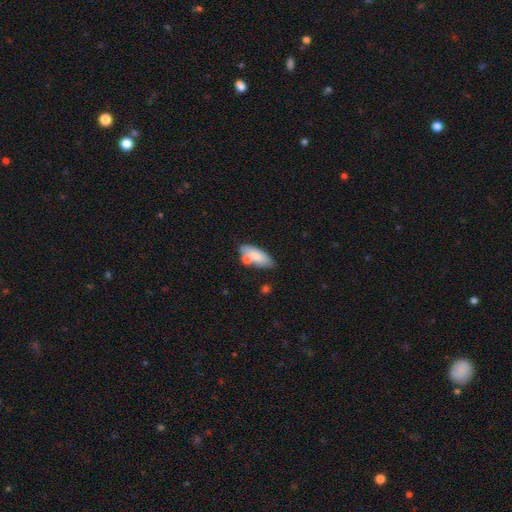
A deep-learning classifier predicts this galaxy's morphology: Q: Smooth or featured?
A: smooth (78%); runner-up: featured or disk (15%)
Q: How rounded?
A: in between (83%); runner-up: cigar-shaped (15%)
Q: Merging?
A: none (60%); runner-up: minor disturbance (18%)